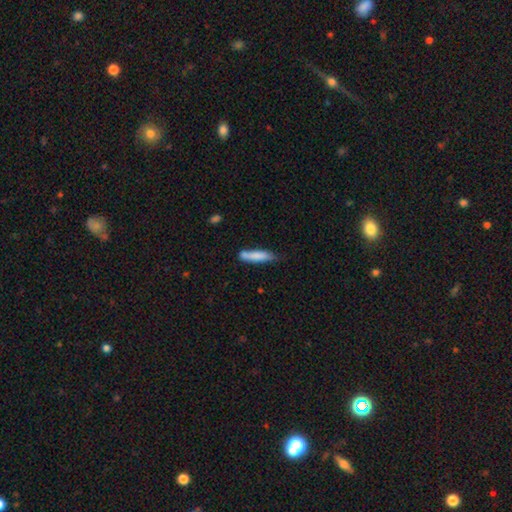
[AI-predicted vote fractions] This appears to be a smooth galaxy with no disk features (79%) that is cigar-shaped (81%). Merging: none (60%).